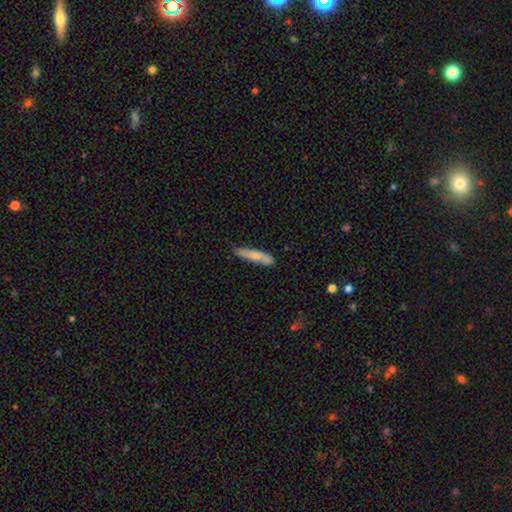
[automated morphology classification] smooth-or-featured: smooth: 75% | featured or disk: 20% | star or artifact: 6%
  how-rounded: cigar-shaped: 88% | in between: 11% | round: 1%
  merging: none: 77% | minor disturbance: 18% | major disturbance: 3% | merger: 2%